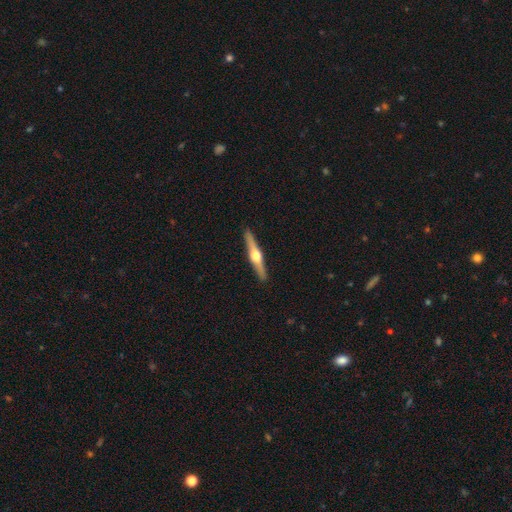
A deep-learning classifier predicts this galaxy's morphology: Overall: featured or disk (75%). Edge-on disk: yes (98%). Edge-on bulge: rounded (96%). Merging: none (92%).